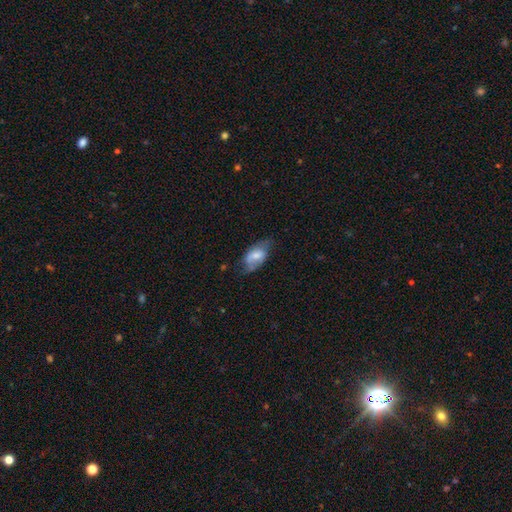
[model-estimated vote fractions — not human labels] smooth 58%, featured or disk 34%, star or artifact 7%. Down the decision tree: how rounded — in between (91%); merging — none (50%).